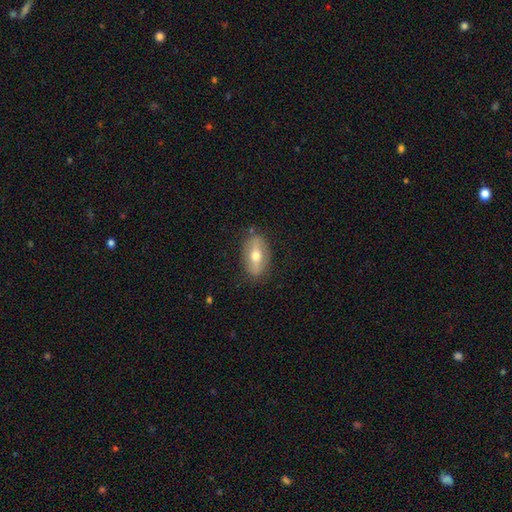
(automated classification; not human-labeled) Smooth or featured? Predicted: featured or disk (p=0.49). Merging? Predicted: none (p=0.81).